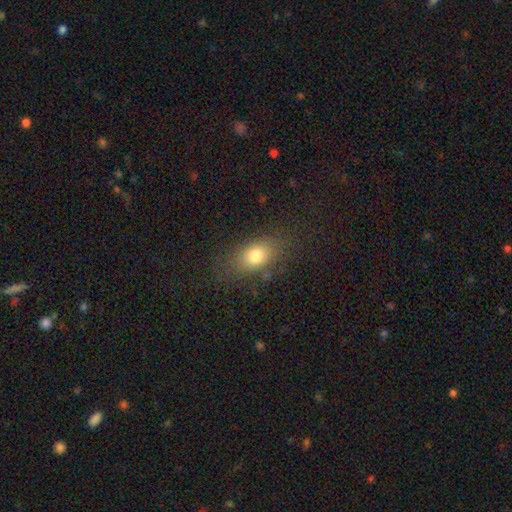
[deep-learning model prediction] smooth 76%, featured or disk 13%, star or artifact 11%. Down the decision tree: how rounded — in between (77%); merging — none (77%).